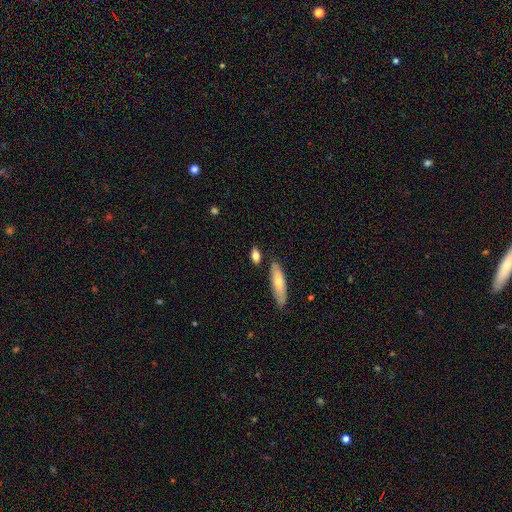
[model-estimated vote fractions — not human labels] The model was most divided on "how rounded": in between: 65%, cigar-shaped: 29%, round: 6%. More confident: smooth or featured — smooth (75%); merging — none (73%).